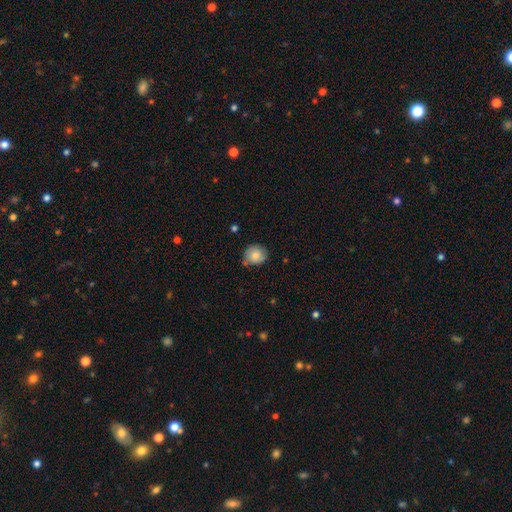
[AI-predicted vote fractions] This appears to be a smooth galaxy with no disk features (76%) that is round (77%). Merging: none (68%).